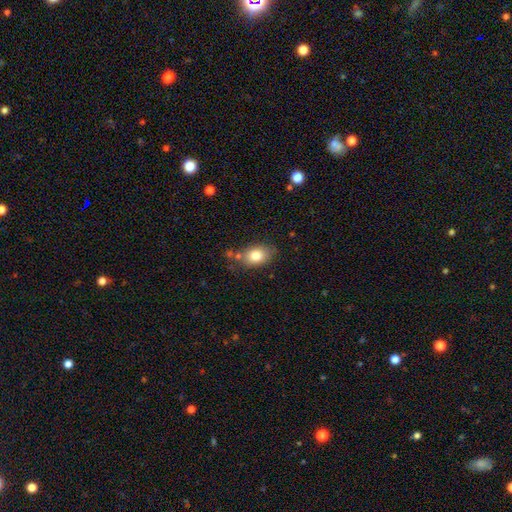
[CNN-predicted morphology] Overall: smooth (81%). How rounded: in between (78%). Merging: none (71%).